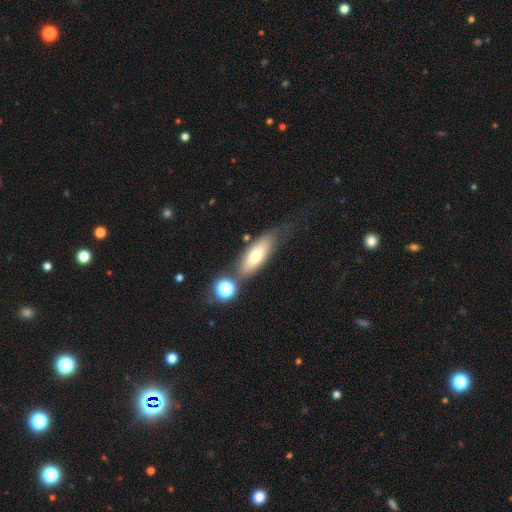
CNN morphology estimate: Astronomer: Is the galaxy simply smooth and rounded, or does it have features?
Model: smooth — 67%.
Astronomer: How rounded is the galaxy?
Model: in between — 64%.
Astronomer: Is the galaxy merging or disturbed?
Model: none — 60%.